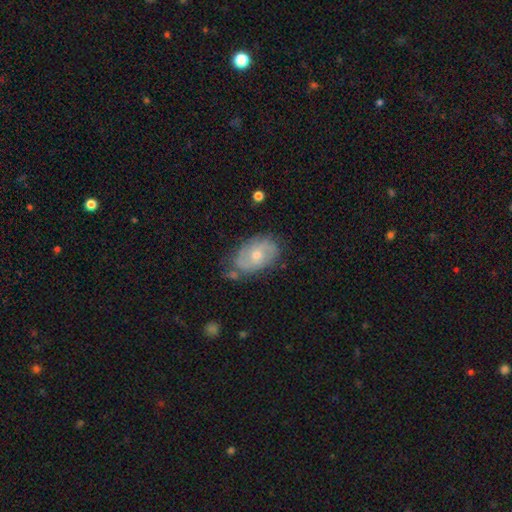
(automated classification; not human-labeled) Smooth or featured: featured or disk — 61% (smooth — 31%)
Edge-on disk: no — 95% (yes — 5%)
Bar: no — 72% (weak — 24%)
Spiral arms: yes — 76% (no — 24%)
Bulge size: moderate — 54% (small — 42%)
Merging: none — 61% (minor disturbance — 27%)